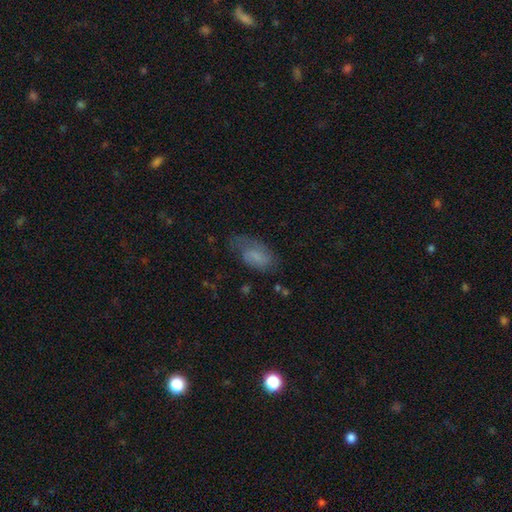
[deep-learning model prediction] Overall: smooth (54%; featured or disk 36%). How rounded: in between (90%). Merging: none (53%; minor disturbance 27%).